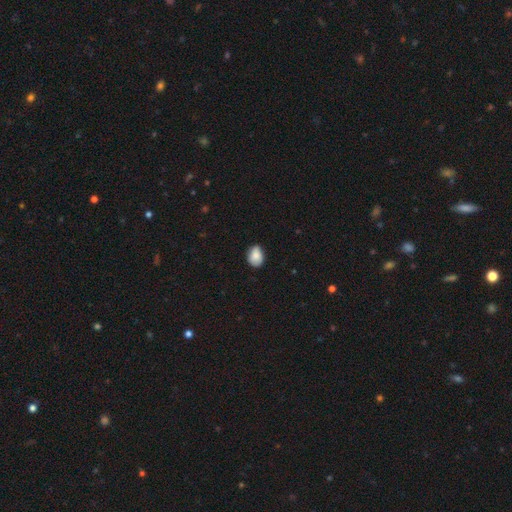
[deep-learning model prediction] A smooth galaxy with no disk features (85%) that is in between round and cigar-shaped (73%). Merging: none (72%).